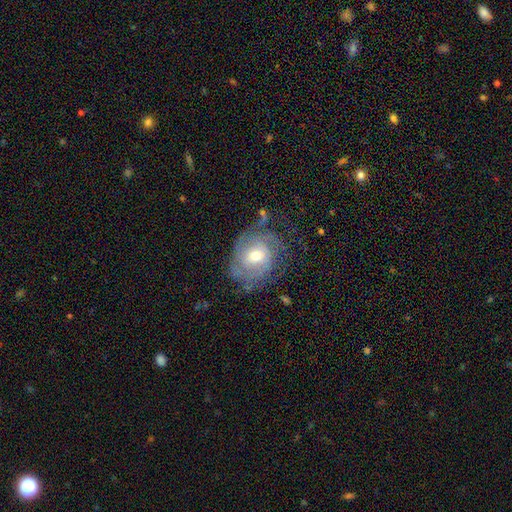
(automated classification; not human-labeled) A featured or disk galaxy (70%) with no bar (69%), tight (59%) spiral arms (82%) and a moderate central bulge (65%).

Vote fractions:
- Smooth or featured? featured or disk: 70% / smooth: 22% / star or artifact: 8%
- Edge-on disk? no: 97% / yes: 3%
- Bar? no: 69% / weak: 26% / strong: 5%
- Spiral arms? yes: 82% / no: 18%
- Spiral winding? tight: 59% / medium: 29% / loose: 12%
- Spiral arm count? can't tell: 48% / 2: 22% / 3: 13% / 4: 6% / 1: 6% / more than 4: 4%
- Bulge size? moderate: 65% / small: 27% / large: 6% / dominant: 1% / none: 1%
- Merging? none: 57% / minor disturbance: 24% / major disturbance: 17% / merger: 3%